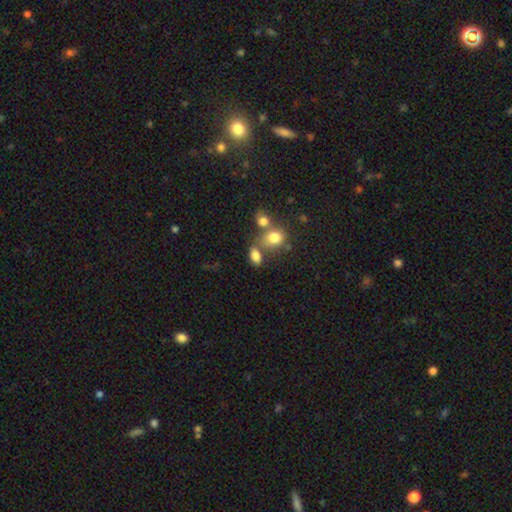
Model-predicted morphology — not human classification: A smooth galaxy with no disk features (79%) that is in between round and cigar-shaped (77%).

Vote fractions:
- Smooth or featured? smooth: 79% / star or artifact: 12% / featured or disk: 9%
- How rounded? in between: 77% / round: 21% / cigar-shaped: 2%
- Merging? none: 43% / merger: 34% / minor disturbance: 14% / major disturbance: 8%